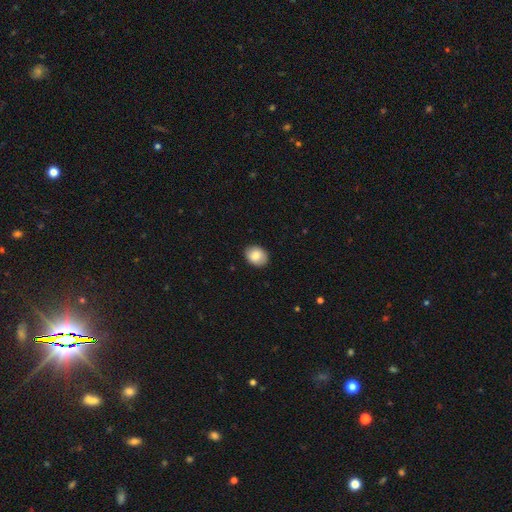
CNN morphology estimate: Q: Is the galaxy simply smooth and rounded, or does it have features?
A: smooth — 85%.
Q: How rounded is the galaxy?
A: in between — 55%.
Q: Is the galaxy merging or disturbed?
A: none — 88%.